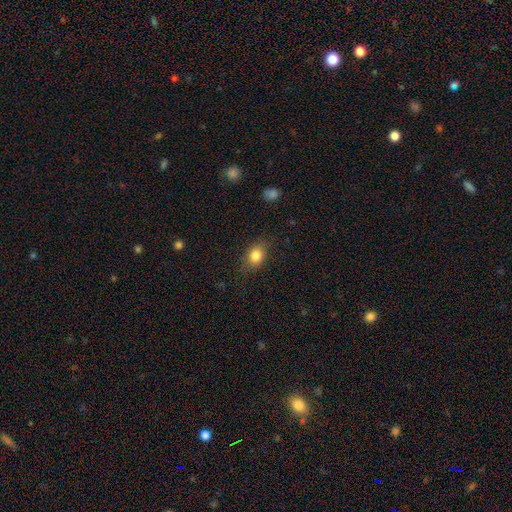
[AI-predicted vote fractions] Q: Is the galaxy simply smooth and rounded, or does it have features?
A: smooth — 83%.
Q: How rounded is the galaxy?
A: in between — 61%.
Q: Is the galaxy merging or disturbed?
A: none — 79%.